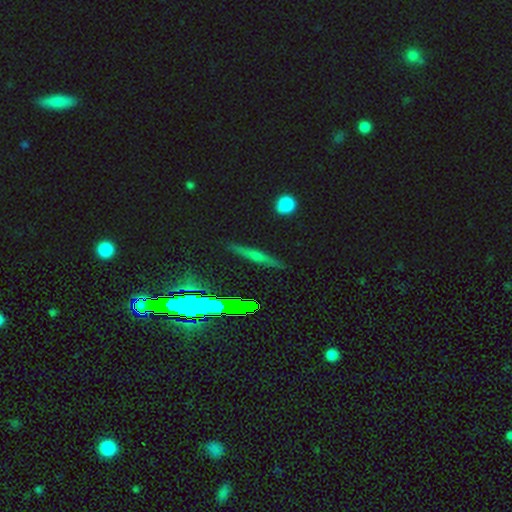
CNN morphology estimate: This appears to be a star or artifact, not a galaxy (39%).